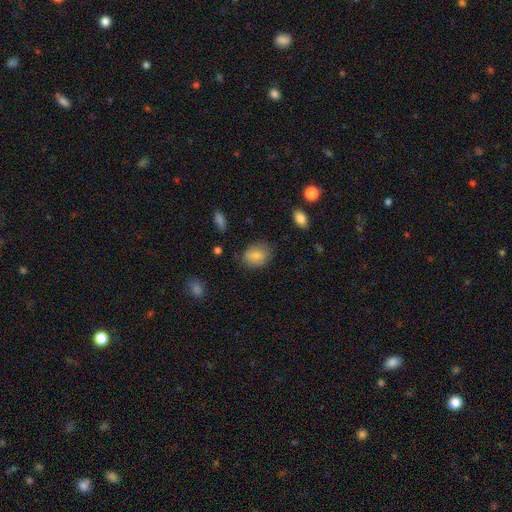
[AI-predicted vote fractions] The model was most divided on "how rounded": in between: 58%, round: 41%, cigar-shaped: 1%. More confident: smooth or featured — smooth (80%); merging — none (76%).